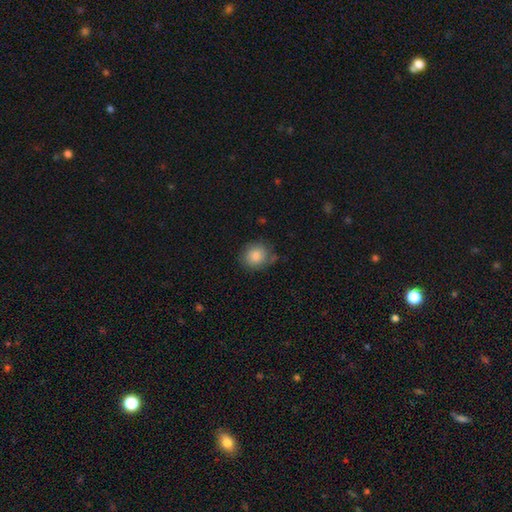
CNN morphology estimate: smooth_or_featured: smooth (p=0.84) [alt: star or artifact p=0.08]
how_rounded: round (p=0.80) [alt: in between p=0.20]
merging: none (p=0.72) [alt: minor disturbance p=0.19]